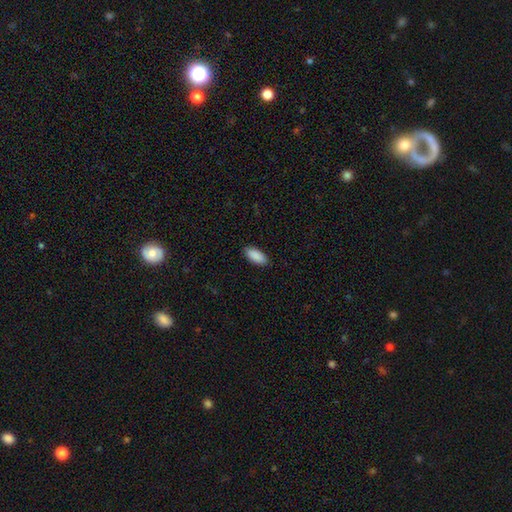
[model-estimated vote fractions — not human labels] Smooth or featured?
  - smooth: 91% *
  - star or artifact: 6%
  - featured or disk: 3%
How rounded?
  - in between: 89% *
  - cigar-shaped: 9%
  - round: 2%
Merging?
  - none: 89% *
  - minor disturbance: 8%
  - major disturbance: 2%
  - merger: 1%